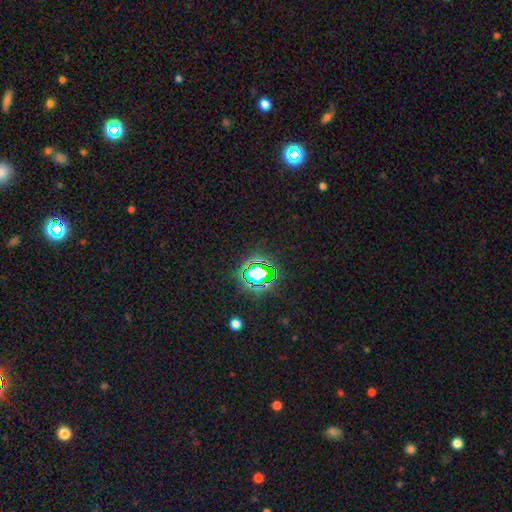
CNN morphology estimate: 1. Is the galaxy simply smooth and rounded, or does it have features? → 78% star or artifact, 15% smooth, 7% featured or disk.